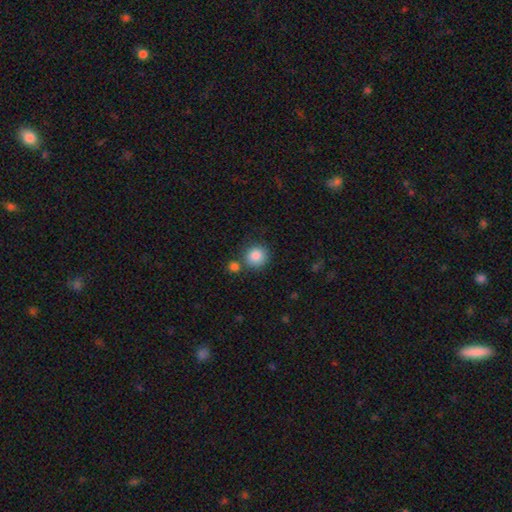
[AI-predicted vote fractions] smooth-or-featured: smooth: 87% | star or artifact: 8% | featured or disk: 5%
  how-rounded: round: 91% | in between: 8% | cigar-shaped: 1%
  merging: none: 71% | merger: 15% | minor disturbance: 10% | major disturbance: 3%